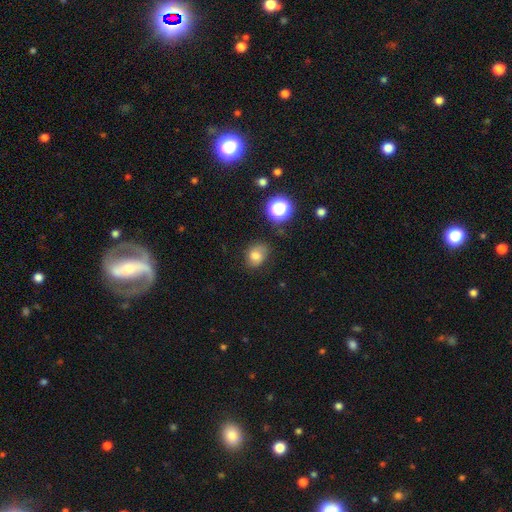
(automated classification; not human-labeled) Smooth or featured? smooth (75%)
How rounded? round (50%)
Merging? none (68%)